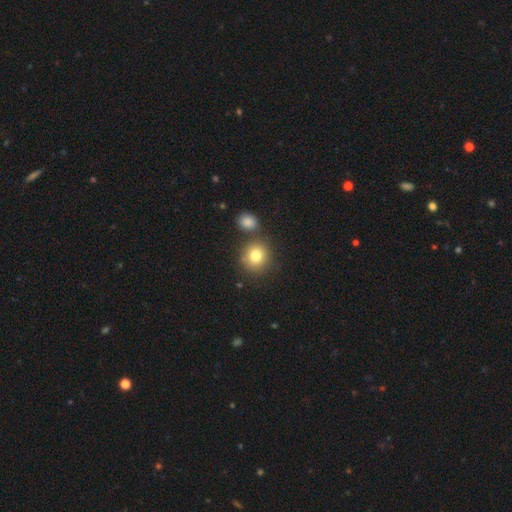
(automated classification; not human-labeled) Smooth or featured: smooth — 80% (star or artifact — 11%)
How rounded: round — 87% (in between — 12%)
Merging: none — 72% (merger — 15%)